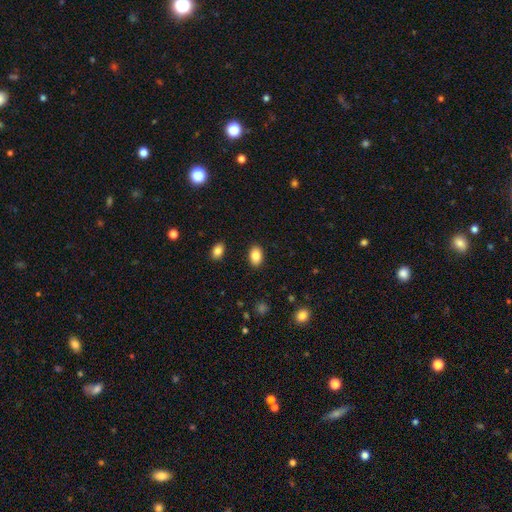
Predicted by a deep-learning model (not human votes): A smooth galaxy with no disk features (84%) that is in between round and cigar-shaped (86%).

Vote fractions:
- Smooth or featured? smooth: 84% / star or artifact: 8% / featured or disk: 8%
- How rounded? in between: 86% / round: 13% / cigar-shaped: 1%
- Merging? none: 89% / minor disturbance: 8% / major disturbance: 2% / merger: 1%